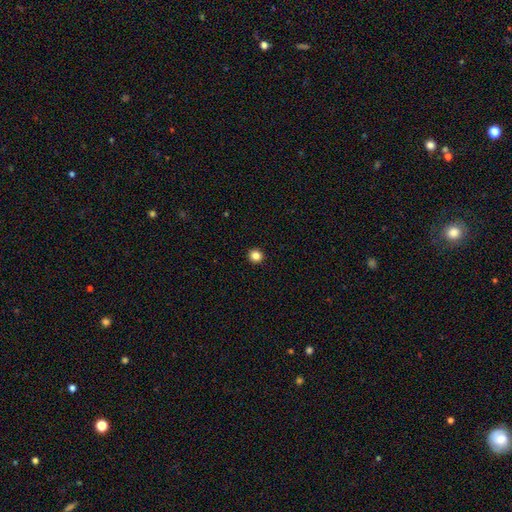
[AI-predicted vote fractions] This is clearly a smooth galaxy (85%). How rounded: clearly round (94%). Merging: clearly none (94%).